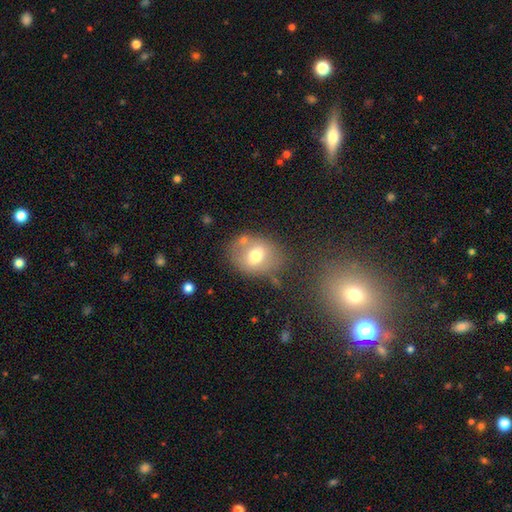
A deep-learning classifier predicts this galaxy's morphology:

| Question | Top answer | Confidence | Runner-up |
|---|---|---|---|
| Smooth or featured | smooth | 62% | featured or disk (28%) |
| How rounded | round | 50% | in between (49%) |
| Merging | none | 60% | minor disturbance (18%) |